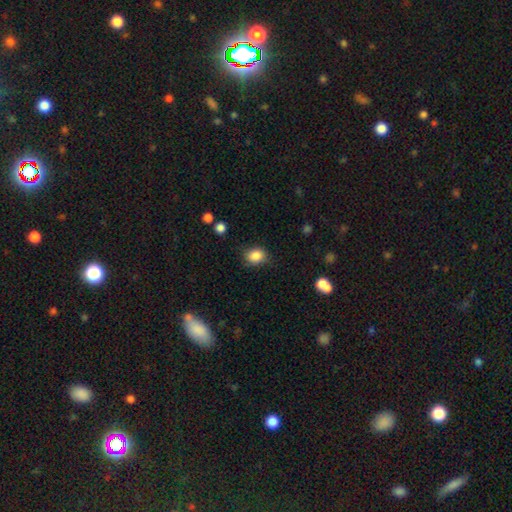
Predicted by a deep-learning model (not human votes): Morphology: type=smooth (86%); roundness=round (54%); merging=none (78%).